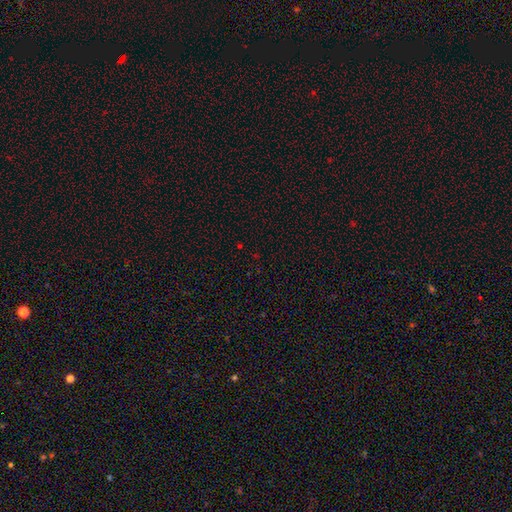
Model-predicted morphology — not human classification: Smooth or featured? Predicted: star or artifact (p=0.65).